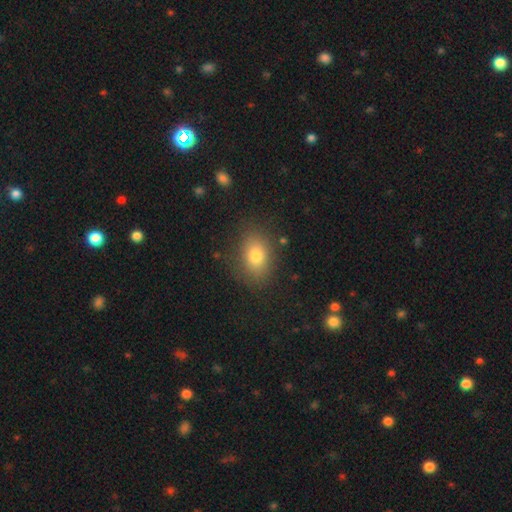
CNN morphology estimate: This is likely a smooth galaxy (78%). How rounded: likely in between (72%). Merging: clearly none (82%).